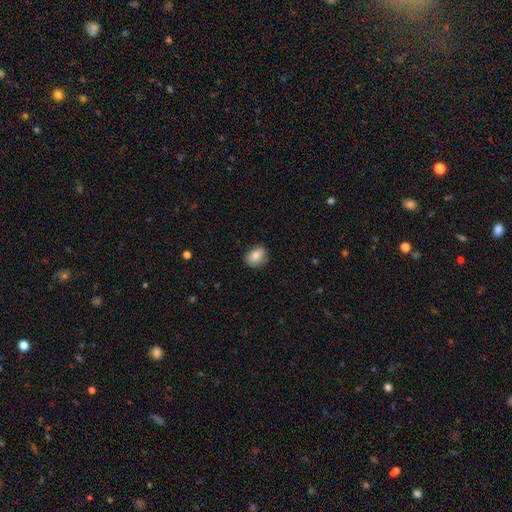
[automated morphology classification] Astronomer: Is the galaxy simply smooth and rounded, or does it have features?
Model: smooth — 83%.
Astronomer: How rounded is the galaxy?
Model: in between — 70%.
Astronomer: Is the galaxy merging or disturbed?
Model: none — 79%.